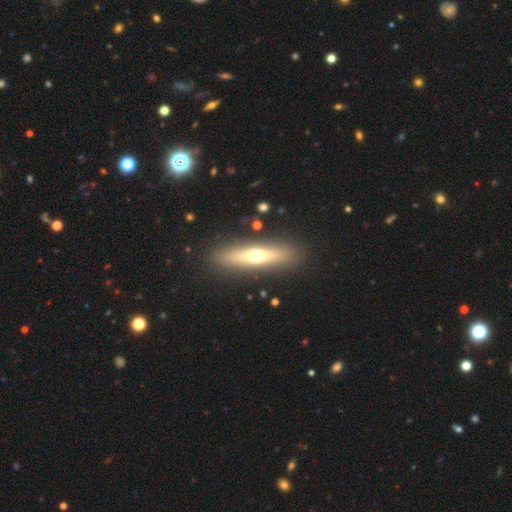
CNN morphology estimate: This appears to be a featured or disk galaxy (49%). Merging: none (89%).